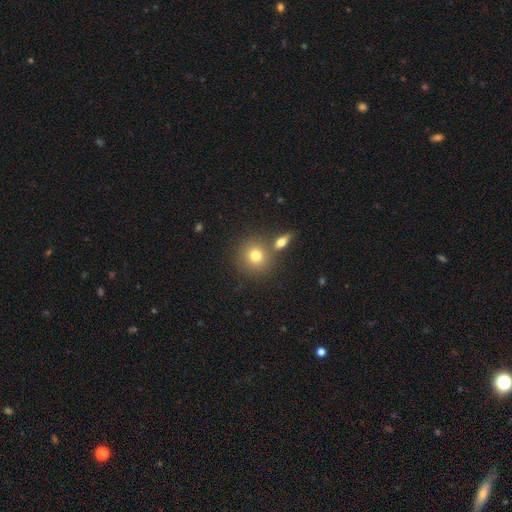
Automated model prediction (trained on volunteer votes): A smooth galaxy with no disk features (77%) that is round (88%). Merging: none (69%).